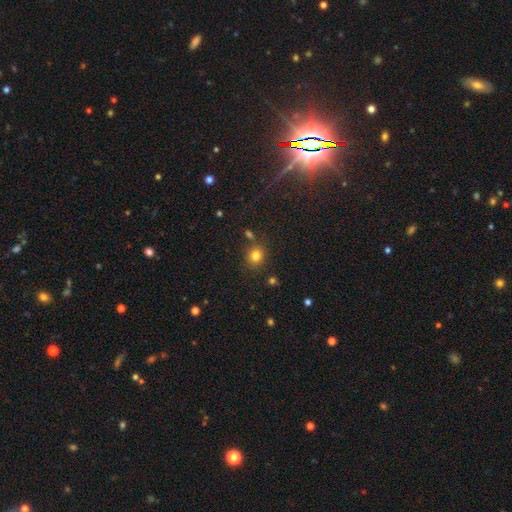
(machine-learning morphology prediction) type=smooth (79%); roundness=round (83%); merging=none (78%).